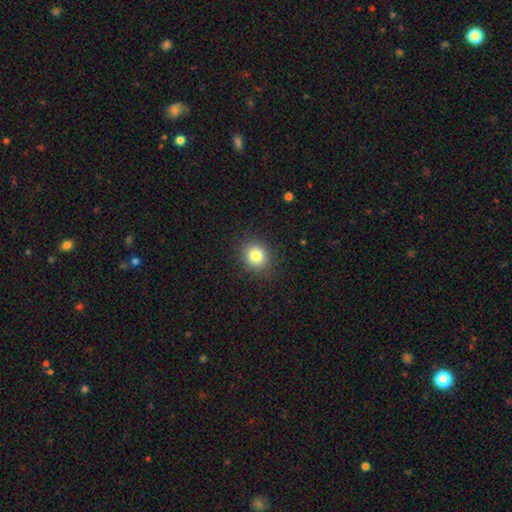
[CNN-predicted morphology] This appears to be a smooth galaxy with no disk features (81%) that is round (78%). Merging: none (88%).